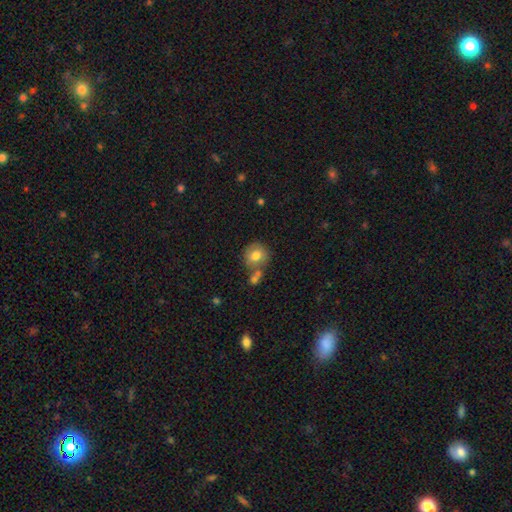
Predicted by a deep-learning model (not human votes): Smooth or featured? Predicted: smooth (p=0.76). How rounded? Predicted: round (p=0.84). Merging? Predicted: none (p=0.58).